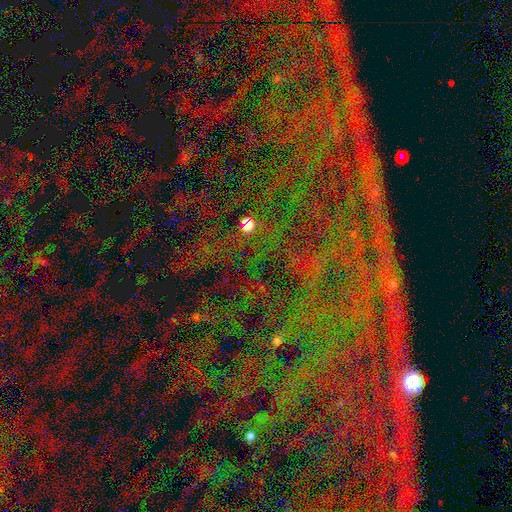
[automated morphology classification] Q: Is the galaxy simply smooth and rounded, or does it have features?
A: star or artifact — 83%.